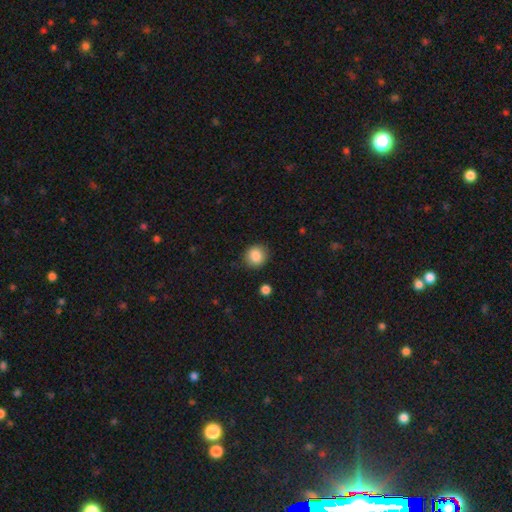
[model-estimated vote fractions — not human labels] Overall: smooth (87%). How rounded: round (86%). Merging: none (86%).